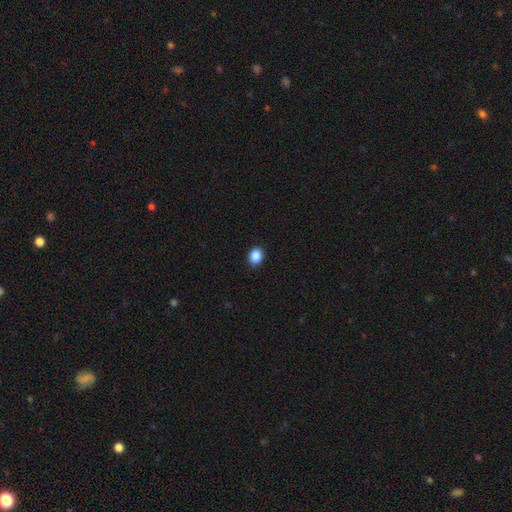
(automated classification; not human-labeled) Smooth or featured: smooth — 89% (star or artifact — 9%)
How rounded: in between — 54% (round — 45%)
Merging: none — 89% (minor disturbance — 8%)